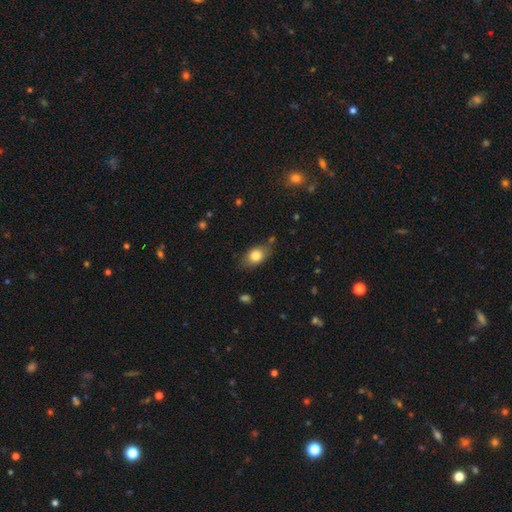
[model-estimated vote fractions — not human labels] smooth_or_featured: smooth (p=0.81) [alt: featured or disk p=0.12]
how_rounded: in between (p=0.80) [alt: round p=0.17]
merging: none (p=0.74) [alt: minor disturbance p=0.18]